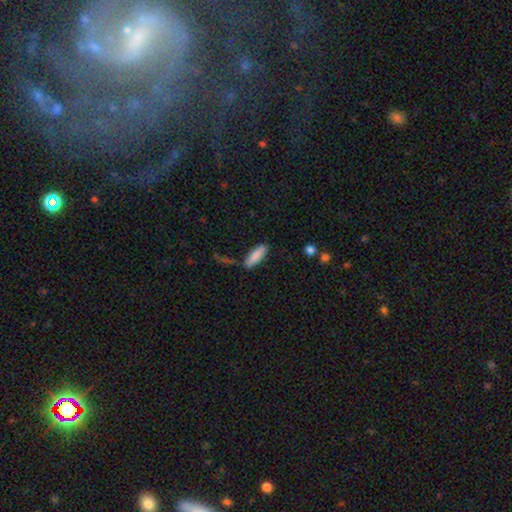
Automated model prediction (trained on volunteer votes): A smooth galaxy with no disk features (86%) that is cigar-shaped (51%). Merging: none (77%).